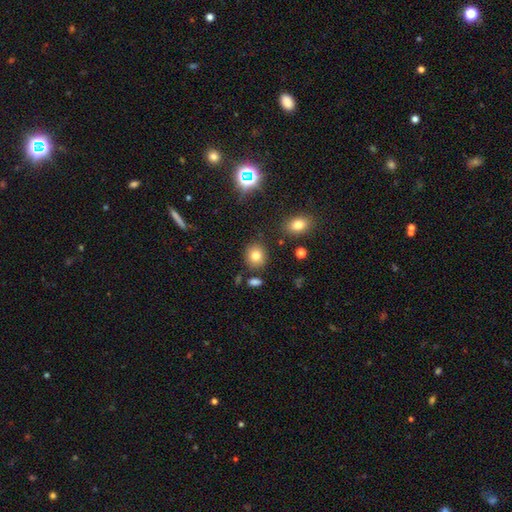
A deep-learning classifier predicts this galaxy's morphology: Smooth or featured?
  - smooth: 78% *
  - star or artifact: 13%
  - featured or disk: 9%
How rounded?
  - round: 80% *
  - in between: 19%
  - cigar-shaped: 1%
Merging?
  - none: 84% *
  - minor disturbance: 9%
  - merger: 4%
  - major disturbance: 3%